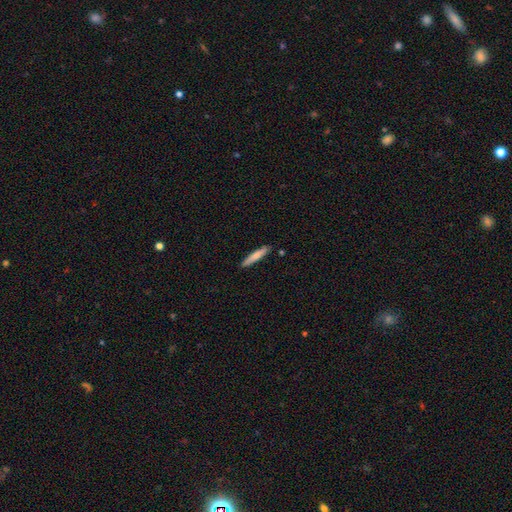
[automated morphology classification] Smooth or featured: smooth — 74% (featured or disk — 20%)
How rounded: cigar-shaped — 93% (in between — 6%)
Merging: none — 88% (minor disturbance — 9%)